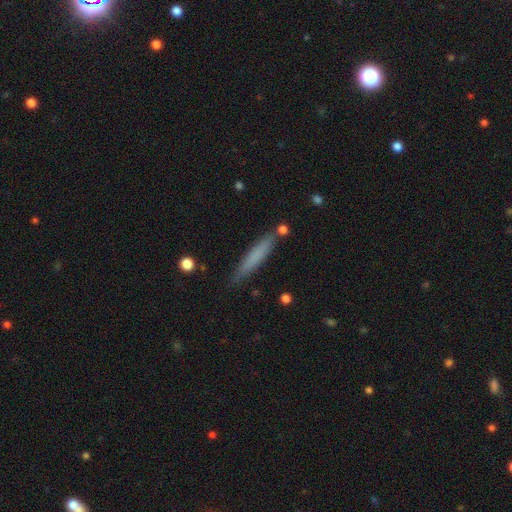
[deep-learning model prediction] A smooth galaxy with no disk features (70%) that is cigar-shaped (93%).

Vote fractions:
- Smooth or featured? smooth: 70% / featured or disk: 24% / star or artifact: 7%
- How rounded? cigar-shaped: 93% / in between: 5% / round: 1%
- Merging? none: 82% / minor disturbance: 12% / merger: 3% / major disturbance: 2%